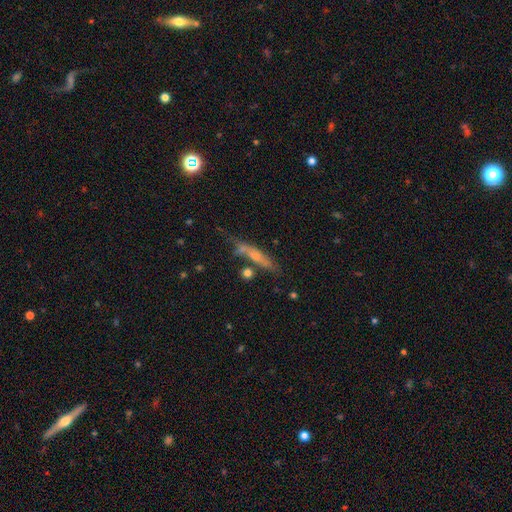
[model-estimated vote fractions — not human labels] The model was most divided on "smooth or featured": smooth: 51%, featured or disk: 40%, star or artifact: 10%. More confident: how rounded — cigar-shaped (80%); merging — none (54%).